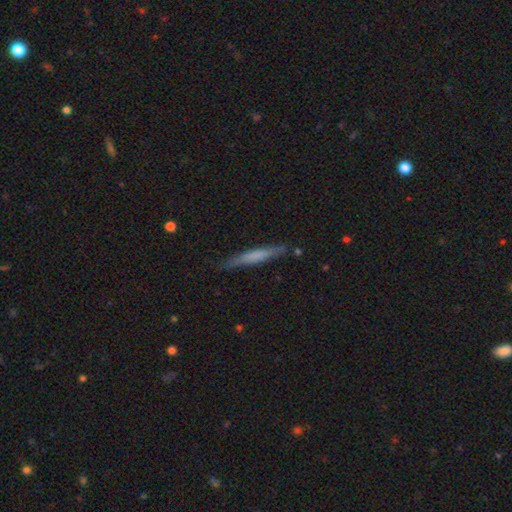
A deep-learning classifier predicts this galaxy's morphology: This is possibly a smooth galaxy (55%). How rounded: clearly cigar-shaped (94%). Merging: clearly none (84%).